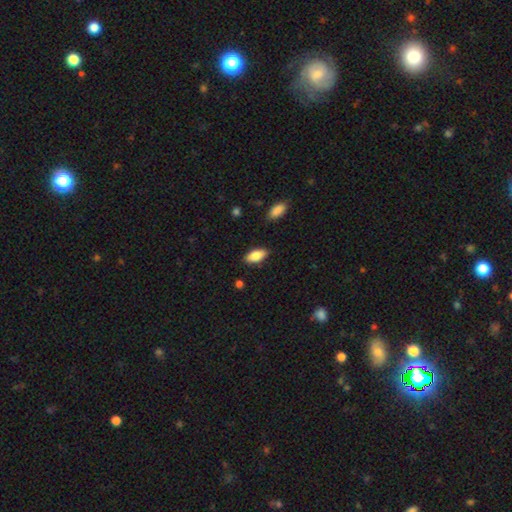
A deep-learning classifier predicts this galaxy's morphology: smooth_or_featured: smooth (p=0.81) [alt: featured or disk p=0.12]
how_rounded: in between (p=0.89) [alt: cigar-shaped p=0.09]
merging: none (p=0.85) [alt: minor disturbance p=0.11]